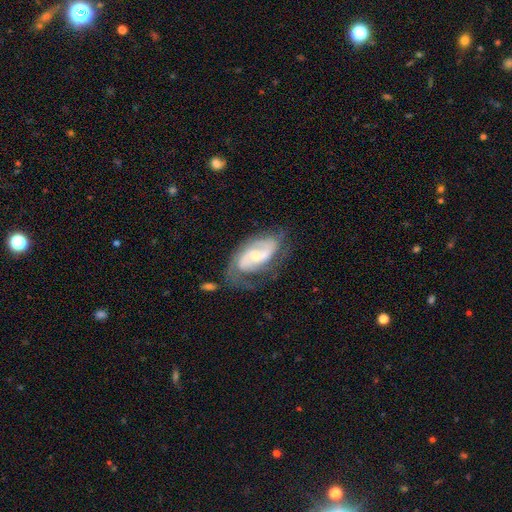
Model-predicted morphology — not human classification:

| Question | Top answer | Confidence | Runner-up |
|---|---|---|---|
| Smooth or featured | featured or disk | 83% | smooth (12%) |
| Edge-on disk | no | 96% | yes (4%) |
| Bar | no | 45% | weak (42%) |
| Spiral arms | yes | 95% | no (5%) |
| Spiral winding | medium | 46% | tight (37%) |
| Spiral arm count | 2 | 71% | can't tell (12%) |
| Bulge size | small | 56% | moderate (36%) |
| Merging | none | 58% | minor disturbance (24%) |